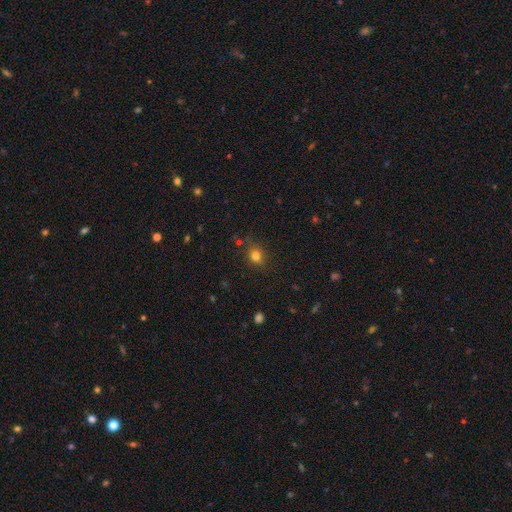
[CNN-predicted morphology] The model was most divided on "how rounded": round: 73%, in between: 26%, cigar-shaped: 1%. More confident: merging — none (80%); smooth or featured — smooth (79%).